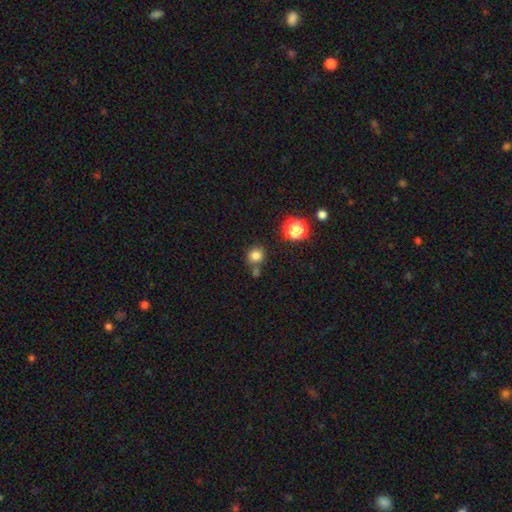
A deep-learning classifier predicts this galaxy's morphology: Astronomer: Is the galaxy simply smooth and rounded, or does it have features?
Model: smooth — 79%.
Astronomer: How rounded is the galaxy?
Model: round — 86%.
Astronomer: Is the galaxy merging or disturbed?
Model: none — 67%.